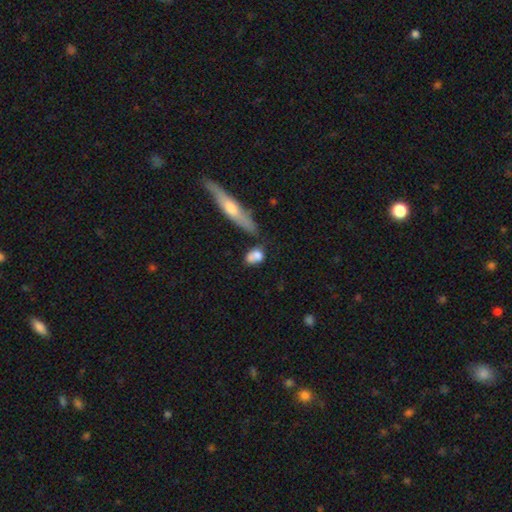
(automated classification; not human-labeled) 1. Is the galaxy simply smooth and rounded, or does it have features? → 77% smooth, 15% featured or disk, 8% star or artifact.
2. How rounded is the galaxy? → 63% in between, 28% round, 8% cigar-shaped.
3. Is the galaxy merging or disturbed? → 41% none, 24% merger, 23% minor disturbance, 12% major disturbance.